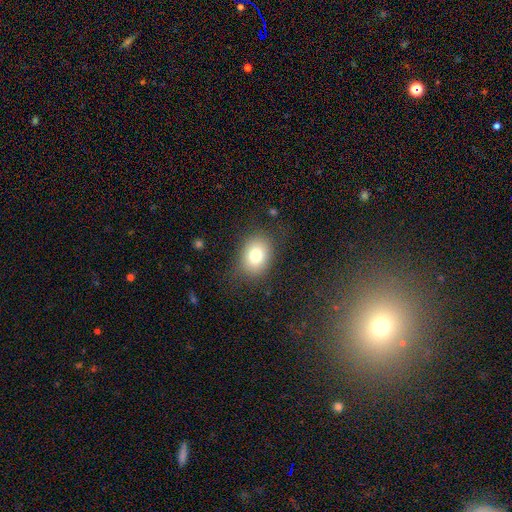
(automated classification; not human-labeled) Smooth or featured? Predicted: smooth (p=0.78). How rounded? Predicted: in between (p=0.62). Merging? Predicted: none (p=0.81).